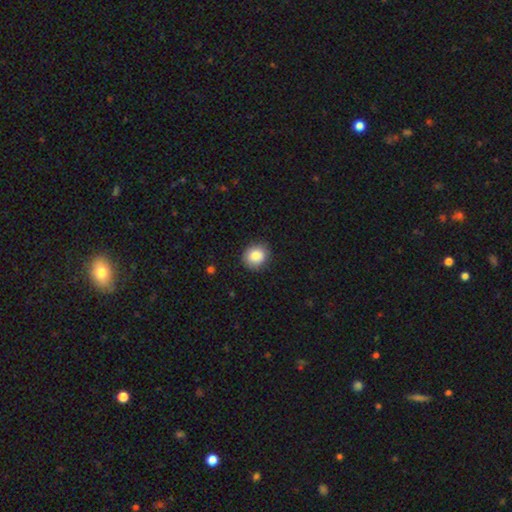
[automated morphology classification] smooth-or-featured: smooth: 87% | star or artifact: 8% | featured or disk: 5%
  how-rounded: round: 74% | in between: 25% | cigar-shaped: 1%
  merging: none: 87% | minor disturbance: 10% | major disturbance: 2% | merger: 1%